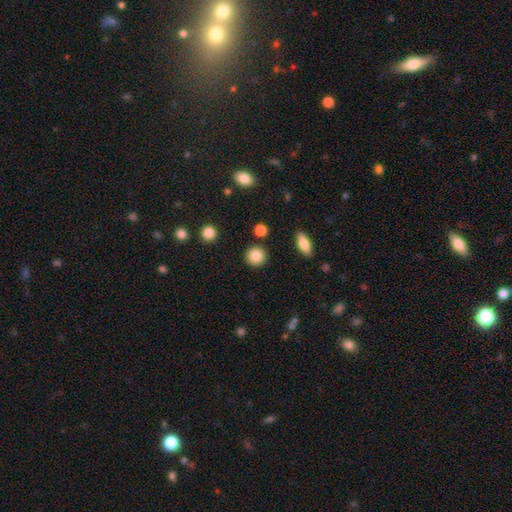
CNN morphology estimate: Q: Smooth or featured?
A: smooth (86%); runner-up: star or artifact (9%)
Q: How rounded?
A: round (92%); runner-up: in between (7%)
Q: Merging?
A: none (90%); runner-up: minor disturbance (6%)